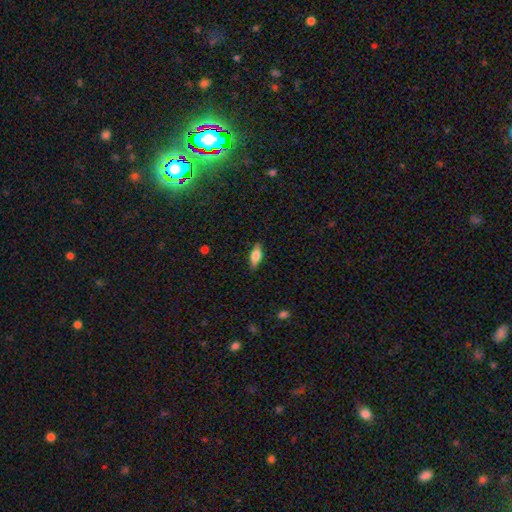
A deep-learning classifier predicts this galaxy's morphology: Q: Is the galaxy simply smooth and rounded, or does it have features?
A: smooth — 62%.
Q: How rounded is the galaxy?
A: in between — 67%.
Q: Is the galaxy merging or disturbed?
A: none — 87%.